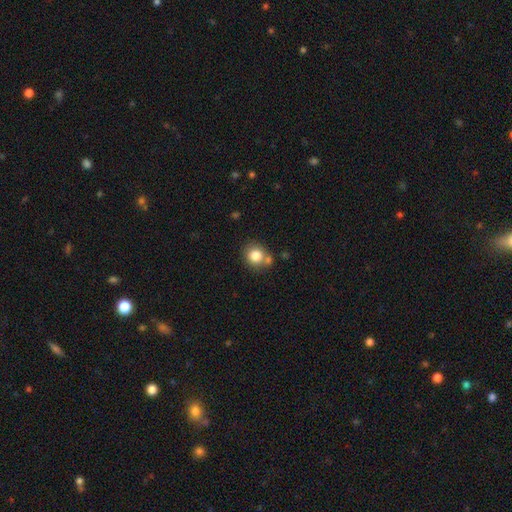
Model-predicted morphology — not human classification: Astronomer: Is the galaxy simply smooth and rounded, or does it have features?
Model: smooth — 81%.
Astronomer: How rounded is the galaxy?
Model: round — 82%.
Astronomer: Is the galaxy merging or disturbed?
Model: none — 65%.